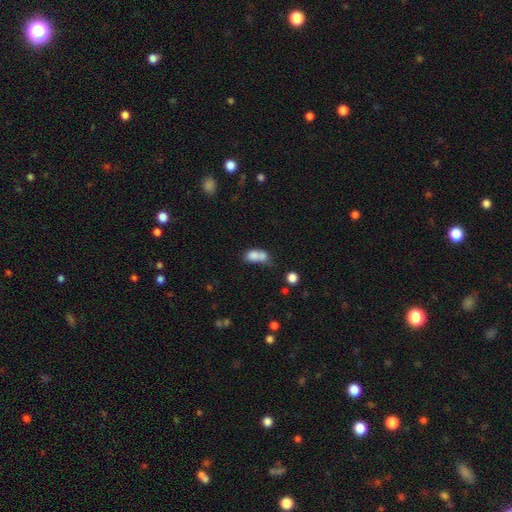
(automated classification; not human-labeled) Smooth or featured?
  - smooth: 74% *
  - featured or disk: 16%
  - star or artifact: 10%
How rounded?
  - in between: 72% *
  - round: 25%
  - cigar-shaped: 4%
Merging?
  - merger: 58% *
  - none: 20%
  - minor disturbance: 12%
  - major disturbance: 10%